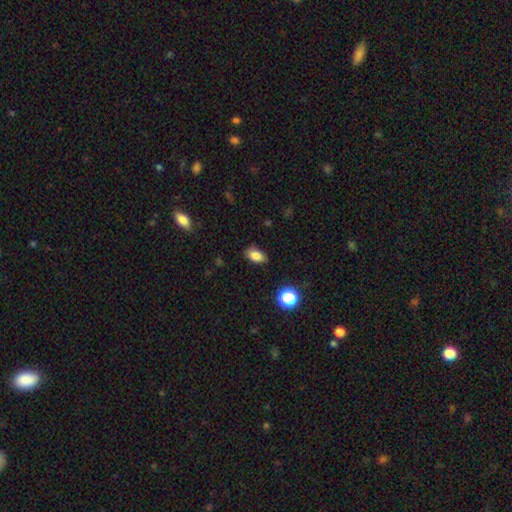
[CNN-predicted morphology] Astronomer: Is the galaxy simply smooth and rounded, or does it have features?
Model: smooth — 82%.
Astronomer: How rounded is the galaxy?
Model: in between — 87%.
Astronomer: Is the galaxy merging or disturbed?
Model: none — 84%.